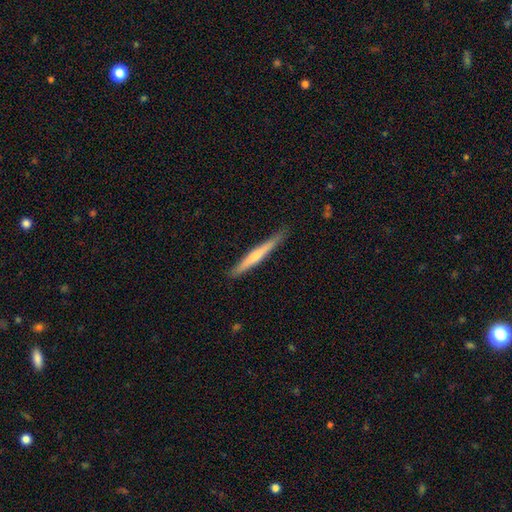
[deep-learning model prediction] Smooth or featured?
  - smooth: 52% *
  - featured or disk: 43%
  - star or artifact: 5%
How rounded?
  - cigar-shaped: 96% *
  - in between: 2%
  - round: 1%
Merging?
  - none: 86% *
  - minor disturbance: 11%
  - major disturbance: 2%
  - merger: 1%